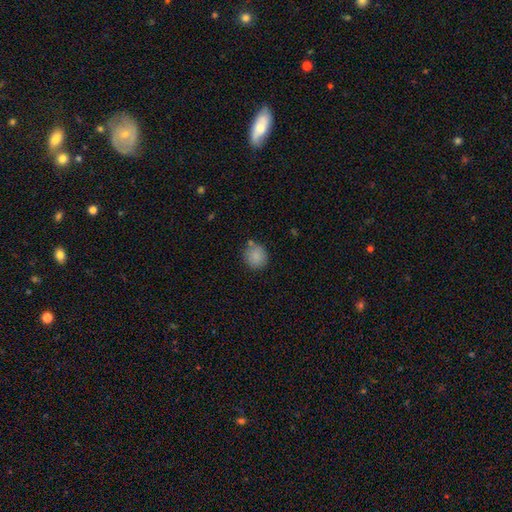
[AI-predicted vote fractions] This appears to be a smooth galaxy with no disk features (87%) that is round (88%). Merging: none (78%).